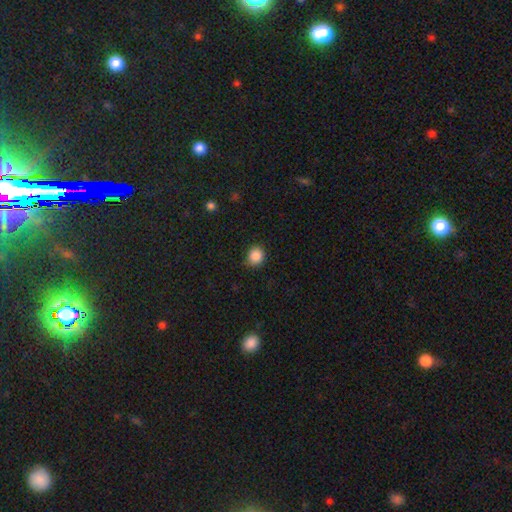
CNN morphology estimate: Smooth or featured? smooth (86%)
How rounded? round (82%)
Merging? none (79%)